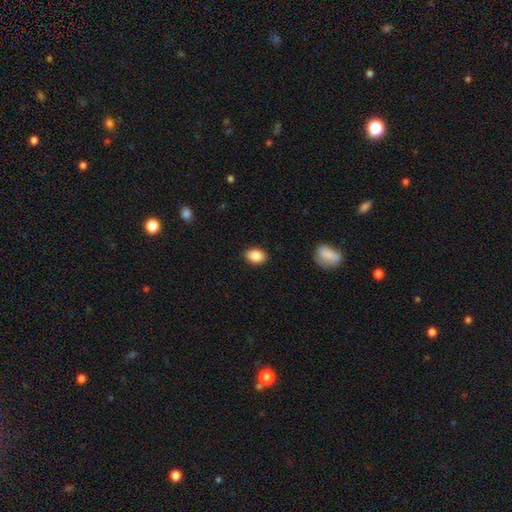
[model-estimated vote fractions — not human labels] Smooth or featured: smooth — 87% (star or artifact — 8%)
How rounded: in between — 80% (round — 18%)
Merging: none — 88% (minor disturbance — 8%)